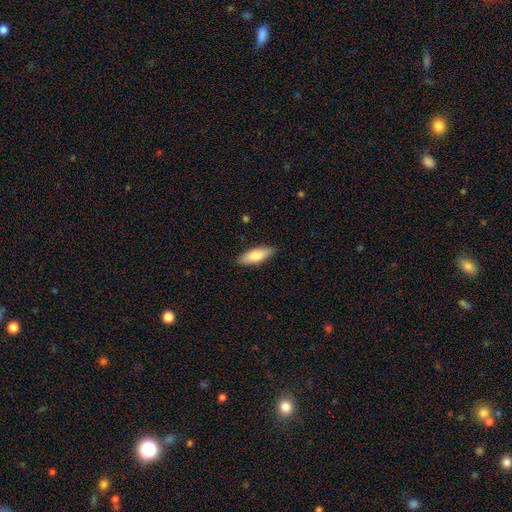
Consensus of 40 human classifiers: Q: Smooth or featured?
A: smooth (78%); runner-up: featured or disk (15%)
Q: How rounded?
A: in between (68%); runner-up: cigar-shaped (32%)
Q: Merging?
A: none (92%); runner-up: minor disturbance (8%)